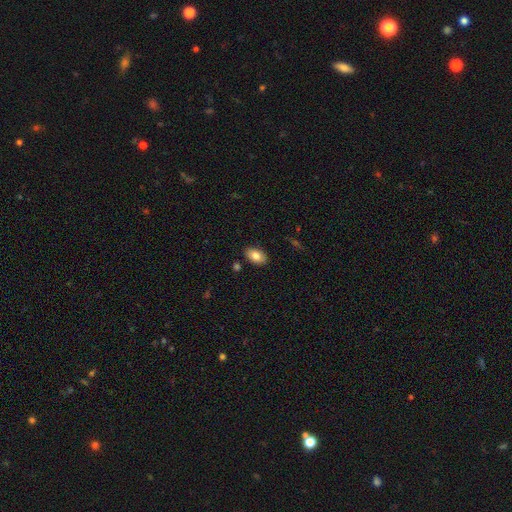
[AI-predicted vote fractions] smooth-or-featured: smooth: 82% | featured or disk: 11% | star or artifact: 7%
  how-rounded: in between: 92% | round: 7% | cigar-shaped: 1%
  merging: none: 87% | minor disturbance: 9% | merger: 2% | major disturbance: 2%